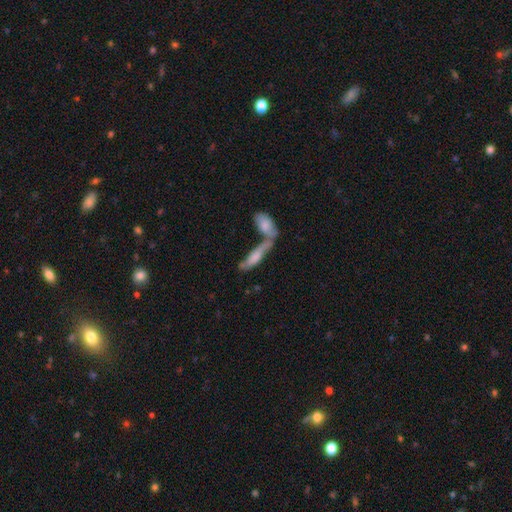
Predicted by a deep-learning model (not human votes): A smooth galaxy with no disk features (58%) that is cigar-shaped (59%).

Vote fractions:
- Smooth or featured? smooth: 58% / featured or disk: 34% / star or artifact: 8%
- How rounded? cigar-shaped: 59% / in between: 39% / round: 2%
- Merging? merger: 53% / none: 31% / minor disturbance: 11% / major disturbance: 5%